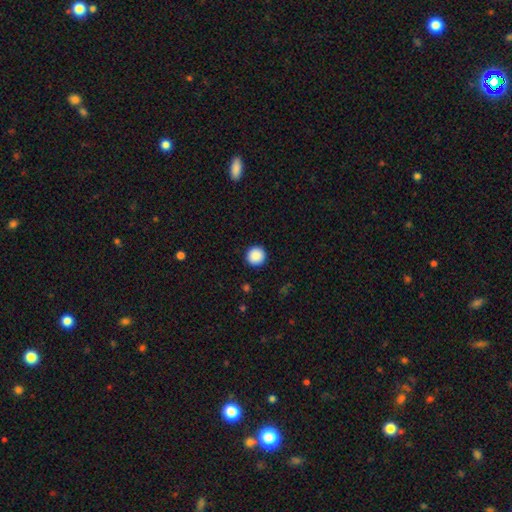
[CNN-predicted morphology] Smooth or featured?
  - smooth: 89% *
  - star or artifact: 8%
  - featured or disk: 3%
How rounded?
  - round: 96% *
  - in between: 3%
  - cigar-shaped: 1%
Merging?
  - none: 93% *
  - minor disturbance: 5%
  - major disturbance: 2%
  - merger: 1%